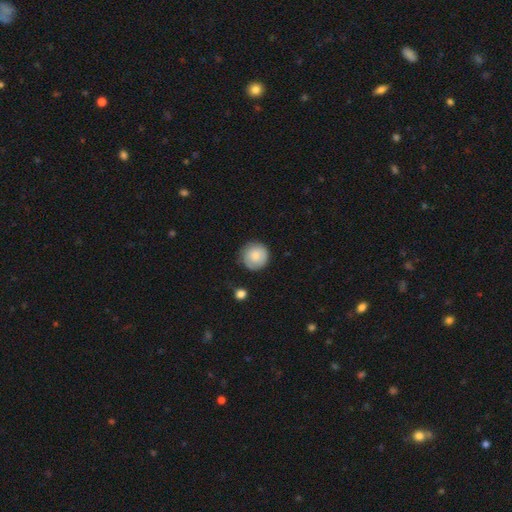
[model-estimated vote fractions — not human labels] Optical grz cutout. It shows a smooth galaxy with no disk features (81%) that is round (95%). Merging: none (81%).